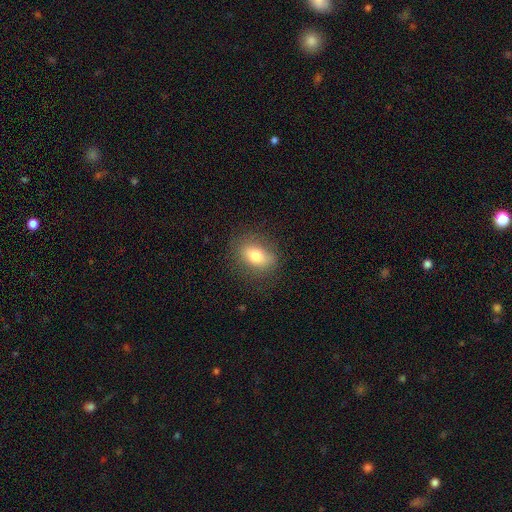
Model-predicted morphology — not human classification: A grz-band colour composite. It shows a smooth galaxy with no disk features (74%) that is in between round and cigar-shaped (75%). Merging: none (82%).